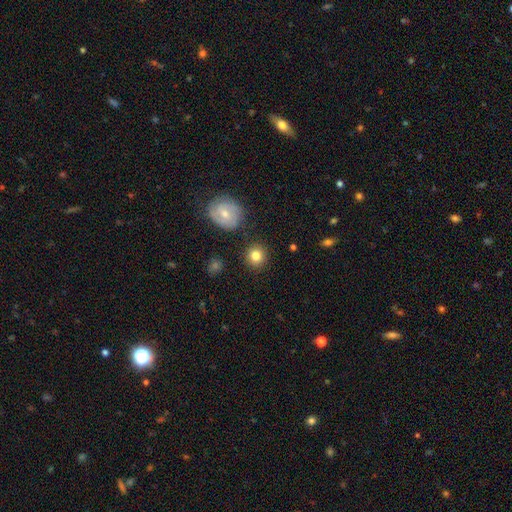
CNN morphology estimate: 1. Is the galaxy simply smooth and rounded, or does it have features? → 83% smooth, 9% featured or disk, 8% star or artifact.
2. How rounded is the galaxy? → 90% round, 9% in between, 1% cigar-shaped.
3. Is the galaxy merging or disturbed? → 87% none, 7% minor disturbance, 3% merger, 3% major disturbance.